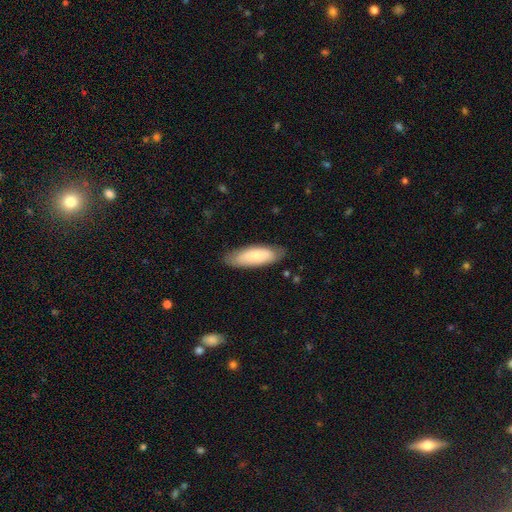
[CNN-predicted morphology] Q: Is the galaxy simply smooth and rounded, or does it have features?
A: smooth — 78%.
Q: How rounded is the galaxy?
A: in between — 58%.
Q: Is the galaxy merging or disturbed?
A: none — 81%.